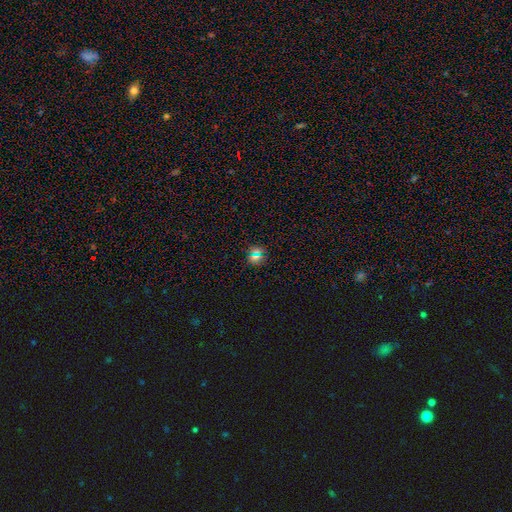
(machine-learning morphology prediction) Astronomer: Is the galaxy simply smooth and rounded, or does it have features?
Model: smooth — 57% (runner-up: star or artifact, 33%).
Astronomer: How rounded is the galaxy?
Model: round — 88%.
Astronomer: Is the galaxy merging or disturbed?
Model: none — 86%.